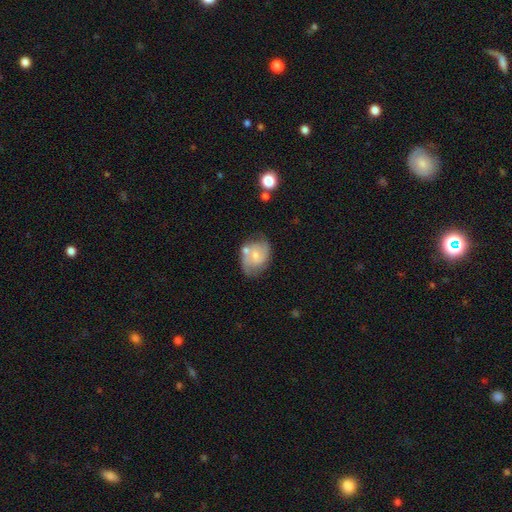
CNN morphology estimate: featured or disk 58%, smooth 35%, star or artifact 7%. Down the decision tree: edge-on disk — no (97%); bar — no (56%); spiral arms — yes (82%); bulge size — small (59%); merging — none (53%).